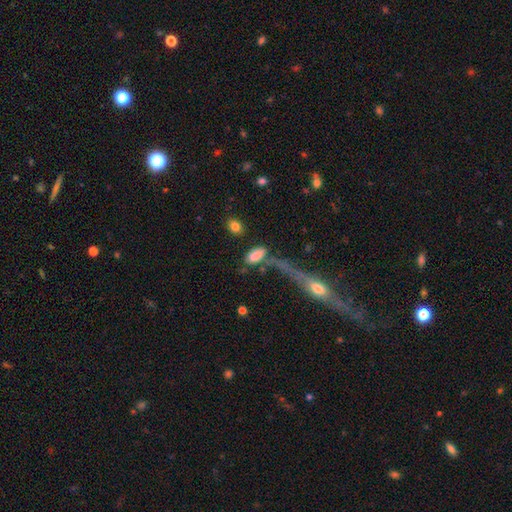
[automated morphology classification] Smooth or featured? smooth (83%)
How rounded? in between (90%)
Merging? none (50%)